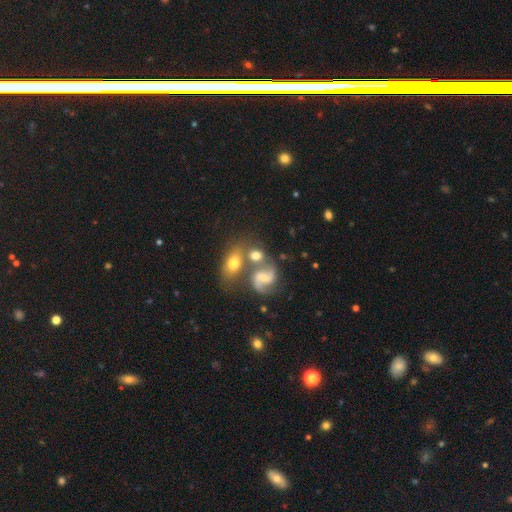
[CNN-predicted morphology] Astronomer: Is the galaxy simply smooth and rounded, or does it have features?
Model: smooth — 47% (runner-up: featured or disk, 43%).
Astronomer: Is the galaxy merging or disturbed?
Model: none — 46% (runner-up: merger, 36%).